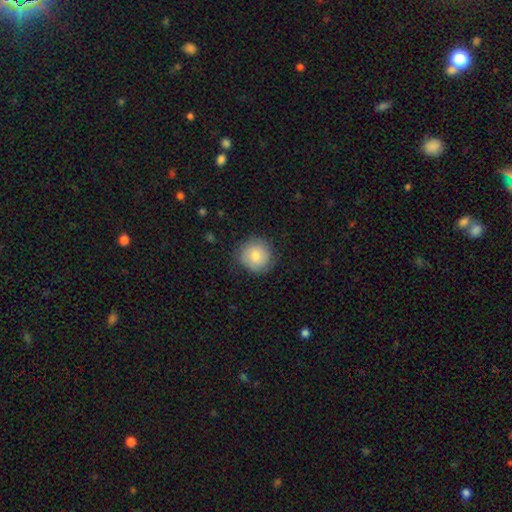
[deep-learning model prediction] This appears to be a smooth galaxy with no disk features (78%) that is round (91%). Merging: none (78%).